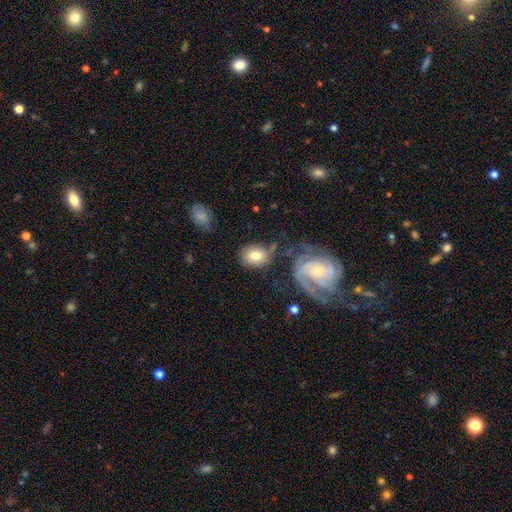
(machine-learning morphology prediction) The model was most divided on "how rounded": in between: 58%, round: 40%, cigar-shaped: 1%. More confident: smooth or featured — smooth (72%); merging — none (62%).